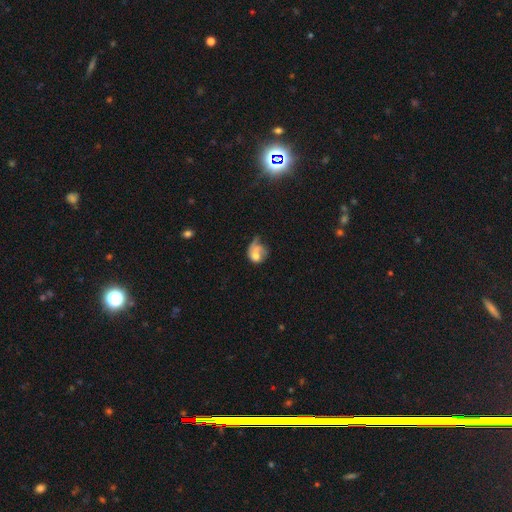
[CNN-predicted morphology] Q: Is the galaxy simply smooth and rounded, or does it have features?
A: smooth — 54%.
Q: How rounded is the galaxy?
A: round — 56%.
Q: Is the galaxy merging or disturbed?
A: major disturbance — 40%.